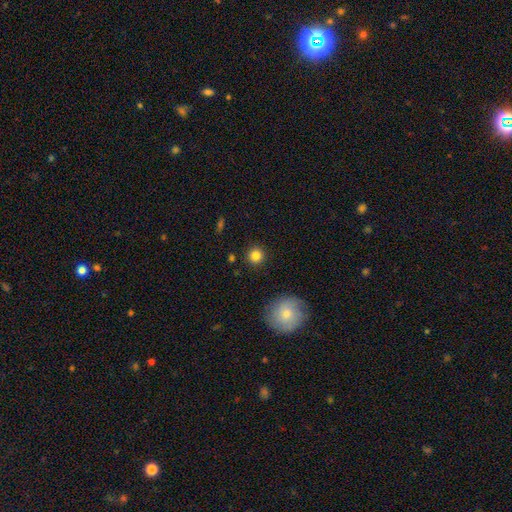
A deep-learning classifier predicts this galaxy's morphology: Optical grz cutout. It shows a smooth galaxy with no disk features (83%) that is round (94%). Merging: none (90%).